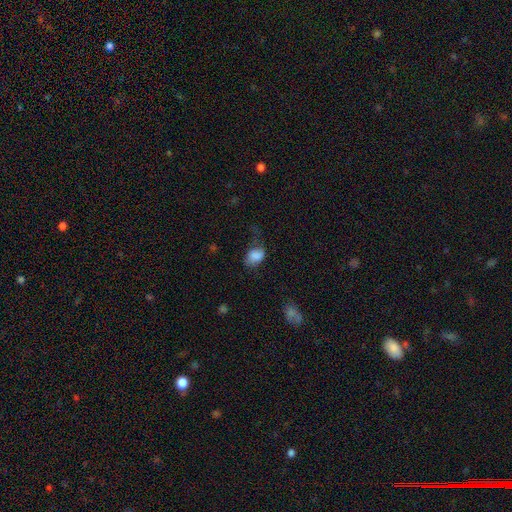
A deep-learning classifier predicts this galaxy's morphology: smooth-or-featured: smooth: 80% | featured or disk: 11% | star or artifact: 9%
  how-rounded: in between: 75% | round: 24% | cigar-shaped: 1%
  merging: none: 42% | minor disturbance: 32% | major disturbance: 23% | merger: 3%